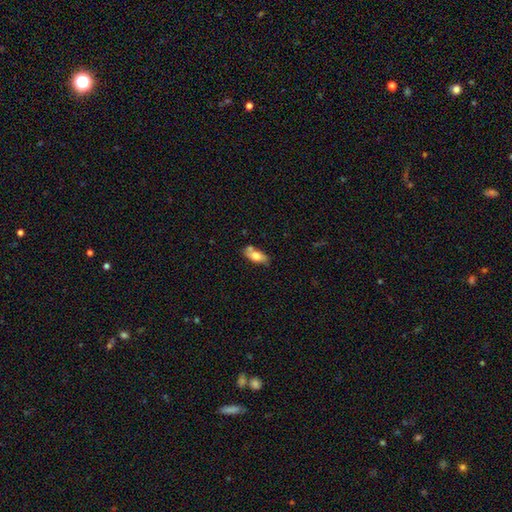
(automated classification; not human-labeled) Smooth or featured?
  - smooth: 70% *
  - featured or disk: 23%
  - star or artifact: 6%
How rounded?
  - in between: 84% *
  - cigar-shaped: 13%
  - round: 3%
Merging?
  - none: 65% *
  - minor disturbance: 18%
  - merger: 13%
  - major disturbance: 4%